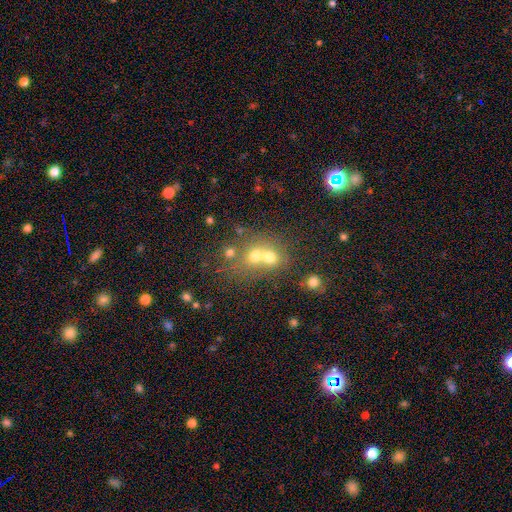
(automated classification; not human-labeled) Overall: smooth (64%). How rounded: round (72%). Merging: merger (58%; none 32%).